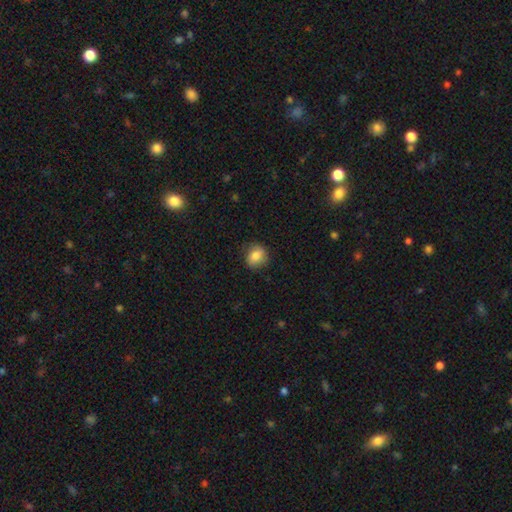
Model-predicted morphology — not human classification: smooth-or-featured: smooth: 81% | featured or disk: 10% | star or artifact: 8%
  how-rounded: round: 71% | in between: 28% | cigar-shaped: 1%
  merging: none: 81% | minor disturbance: 15% | major disturbance: 4% | merger: 1%